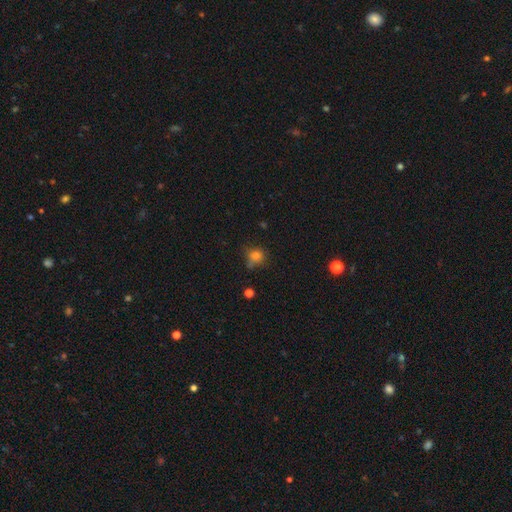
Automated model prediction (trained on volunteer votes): Morphology: type=smooth (78%); roundness=round (81%); merging=none (61%).